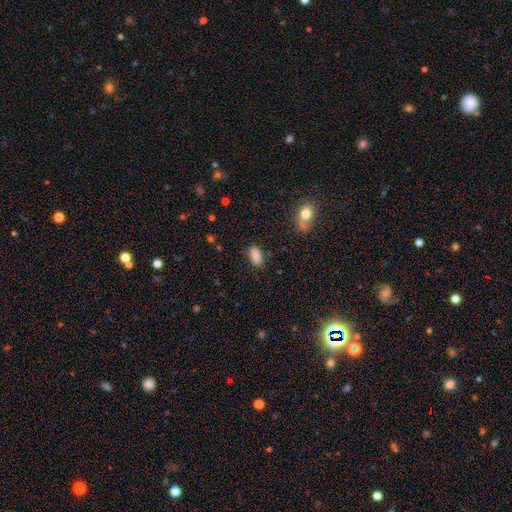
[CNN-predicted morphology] Smooth or featured? smooth (85%)
How rounded? in between (87%)
Merging? none (80%)